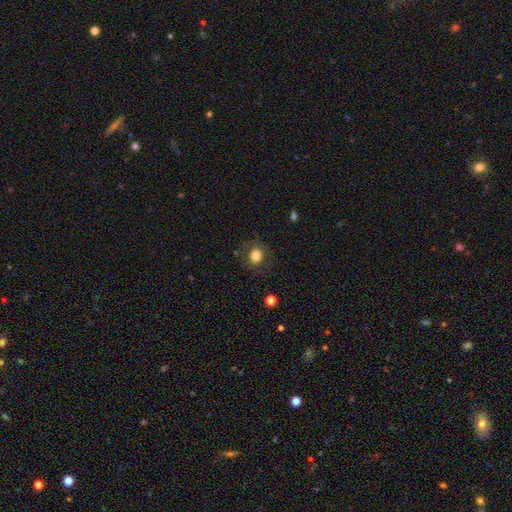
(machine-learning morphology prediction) This is likely a smooth galaxy (79%). How rounded: likely round (72%). Merging: clearly none (81%).